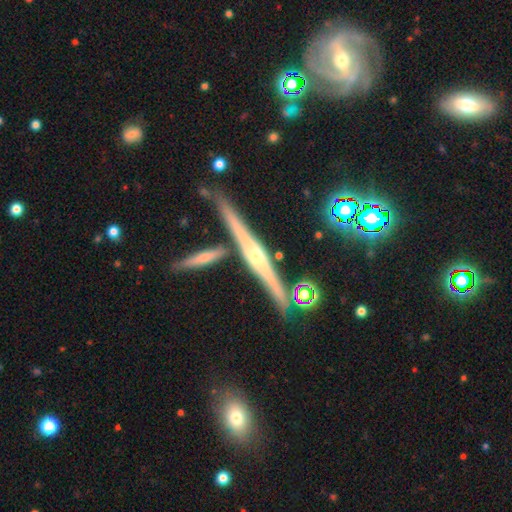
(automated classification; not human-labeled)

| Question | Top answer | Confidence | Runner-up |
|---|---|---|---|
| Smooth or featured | featured or disk | 80% | smooth (11%) |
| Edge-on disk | yes | 98% | no (2%) |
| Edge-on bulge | rounded | 81% | none (11%) |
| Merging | none | 81% | minor disturbance (9%) |